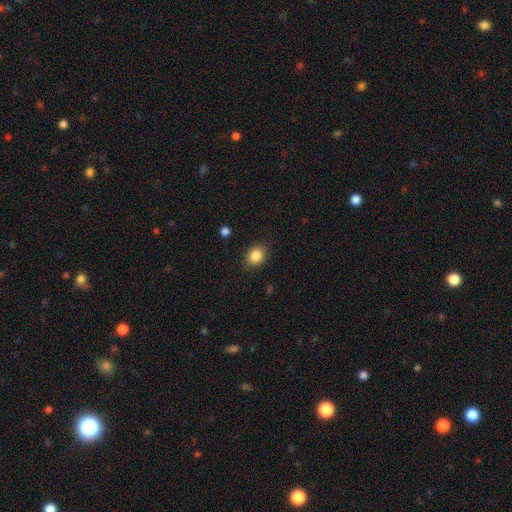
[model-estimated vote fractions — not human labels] smooth 86%, star or artifact 9%, featured or disk 5%. Down the decision tree: how rounded — round (54%); merging — none (85%).